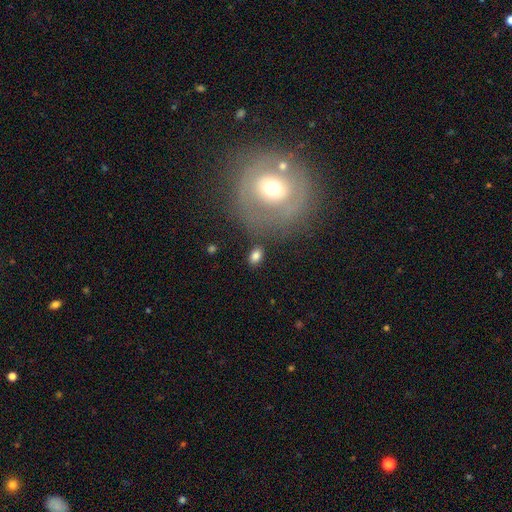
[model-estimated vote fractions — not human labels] Overall: smooth (81%). How rounded: in between (83%). Merging: none (81%).